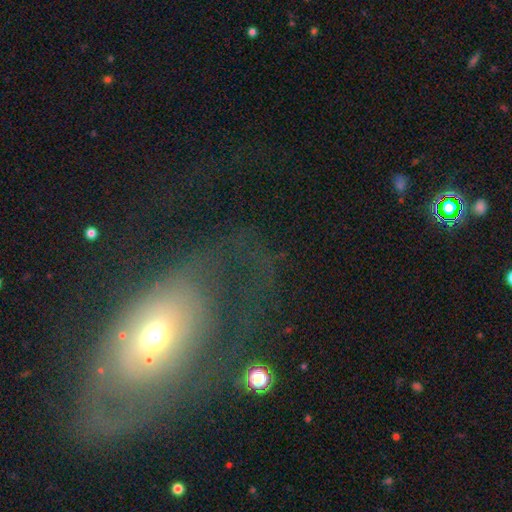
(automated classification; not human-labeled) Smooth or featured: featured or disk — 41% (smooth — 40%)
Merging: major disturbance — 42% (none — 36%)